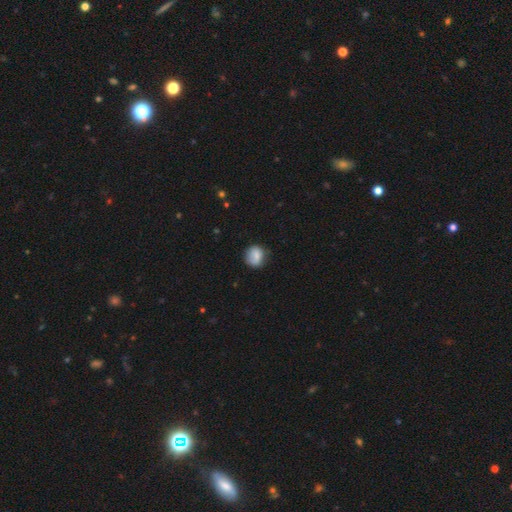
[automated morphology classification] smooth_or_featured: smooth (p=0.77) [alt: featured or disk p=0.14]
how_rounded: round (p=0.76) [alt: in between p=0.23]
merging: none (p=0.68) [alt: minor disturbance p=0.24]